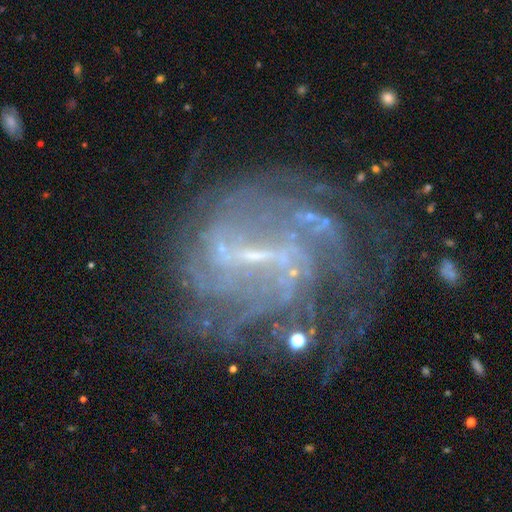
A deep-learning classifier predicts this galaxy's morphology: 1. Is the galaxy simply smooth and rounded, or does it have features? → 84% featured or disk, 10% star or artifact, 6% smooth.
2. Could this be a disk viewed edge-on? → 97% no, 3% yes.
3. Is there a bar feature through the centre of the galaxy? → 45% strong, 41% weak, 14% no.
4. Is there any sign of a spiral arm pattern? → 88% yes, 12% no.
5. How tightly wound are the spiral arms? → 47% tight, 37% medium, 16% loose.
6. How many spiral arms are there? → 41% can't tell, 16% 2, 14% 4, 13% 3, 10% more than 4, 7% 1.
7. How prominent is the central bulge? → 59% small, 26% none, 12% moderate, 2% large, 1% dominant.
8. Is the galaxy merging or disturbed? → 54% none, 24% major disturbance, 18% minor disturbance, 4% merger.